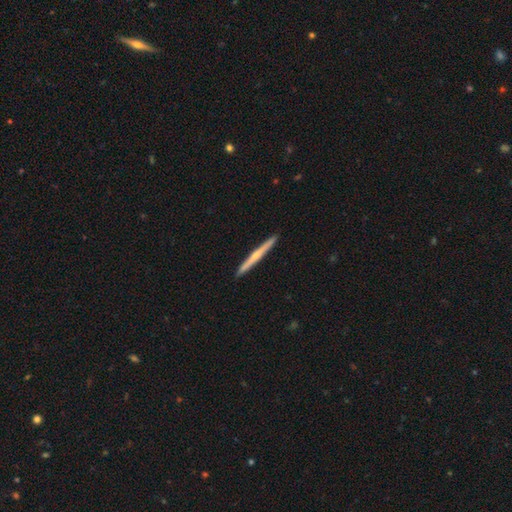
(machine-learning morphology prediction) smooth-or-featured: featured or disk: 57% | smooth: 37% | star or artifact: 5%
  disk-edge-on: yes: 98% | no: 2%
    edge-on-bulge: rounded: 53% | none: 42% | boxy: 5%
  merging: none: 93% | minor disturbance: 5% | major disturbance: 1% | merger: 1%